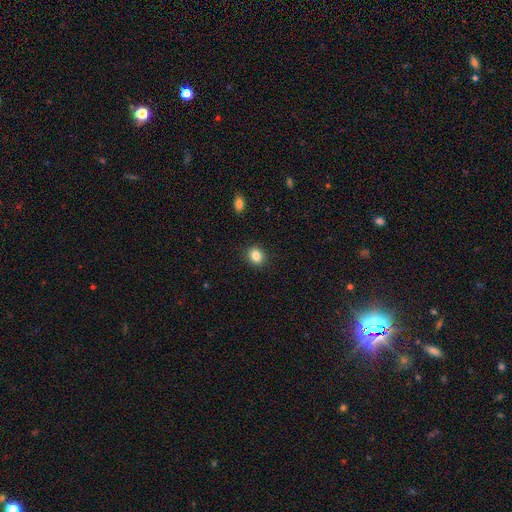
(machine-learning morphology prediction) Q: Smooth or featured?
A: smooth (84%); runner-up: star or artifact (10%)
Q: How rounded?
A: round (62%); runner-up: in between (37%)
Q: Merging?
A: none (90%); runner-up: minor disturbance (7%)